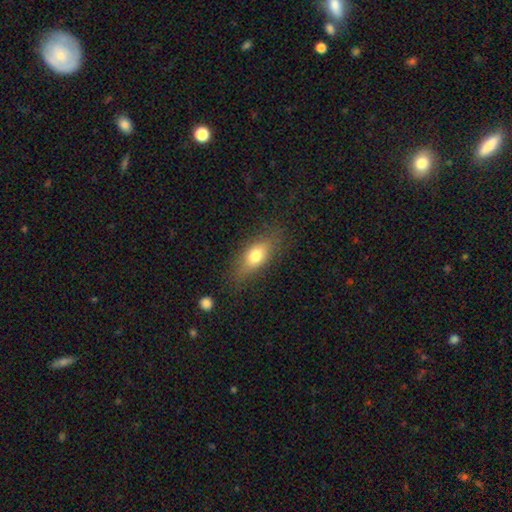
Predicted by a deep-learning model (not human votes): The model was most divided on "smooth or featured": smooth: 71%, featured or disk: 20%, star or artifact: 9%. More confident: merging — none (76%); how rounded — in between (75%).